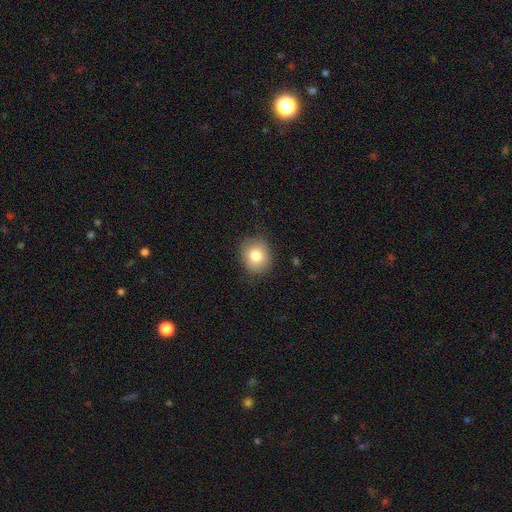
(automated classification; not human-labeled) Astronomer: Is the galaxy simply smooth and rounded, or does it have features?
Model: smooth — 80%.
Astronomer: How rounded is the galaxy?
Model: round — 76%.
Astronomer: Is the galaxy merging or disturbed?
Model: none — 83%.